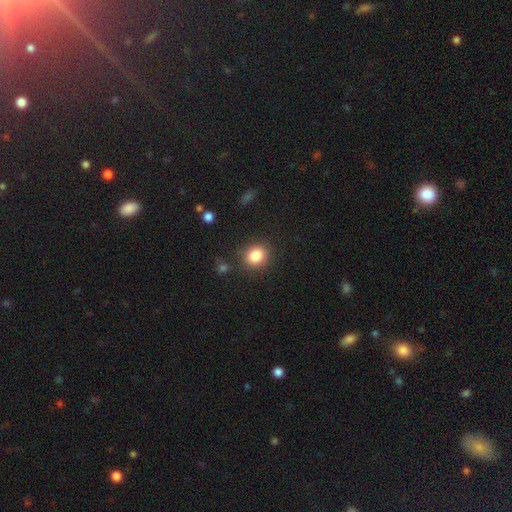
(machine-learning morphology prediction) Q: Smooth or featured?
A: smooth (85%); runner-up: star or artifact (10%)
Q: How rounded?
A: round (73%); runner-up: in between (26%)
Q: Merging?
A: none (85%); runner-up: minor disturbance (9%)